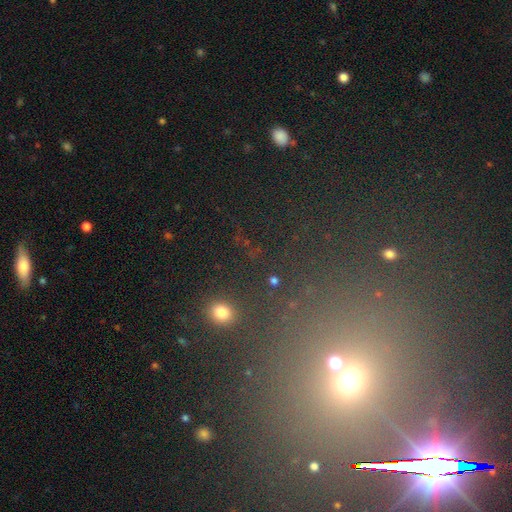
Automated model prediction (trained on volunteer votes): Morphology: type=star or artifact (68%).